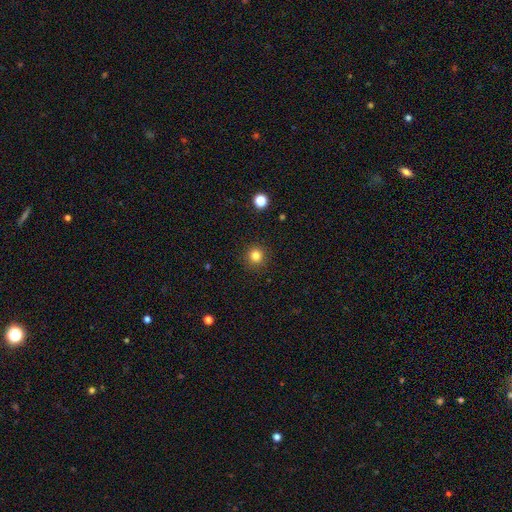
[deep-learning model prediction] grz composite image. It shows a smooth galaxy with no disk features (82%) that is round (95%). Merging: none (92%).